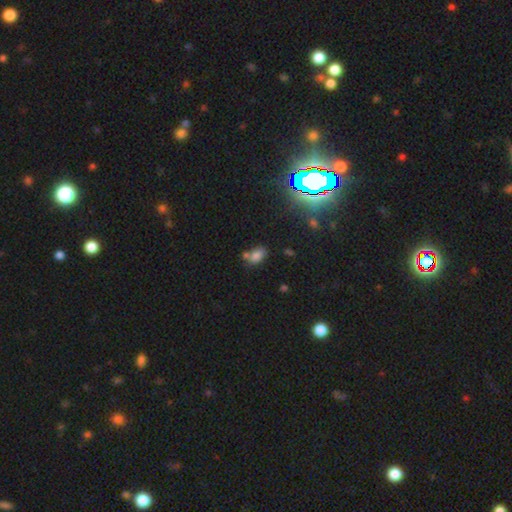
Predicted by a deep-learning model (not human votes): The model was most divided on "merging": none: 54%, merger: 25%, minor disturbance: 16%, major disturbance: 5%. More confident: how rounded — in between (85%); smooth or featured — smooth (75%).